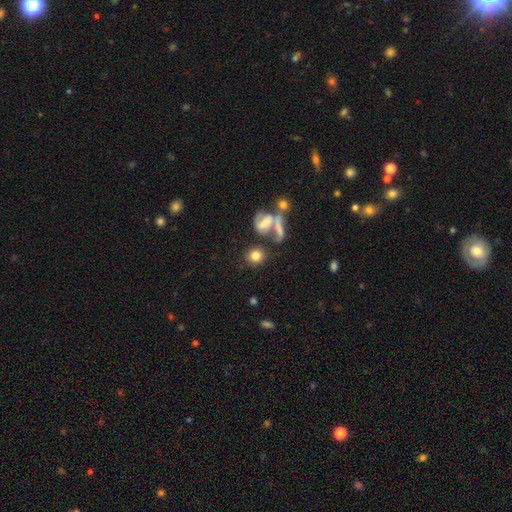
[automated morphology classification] Smooth or featured: smooth — 77% (featured or disk — 12%)
How rounded: round — 82% (in between — 16%)
Merging: none — 64% (merger — 18%)